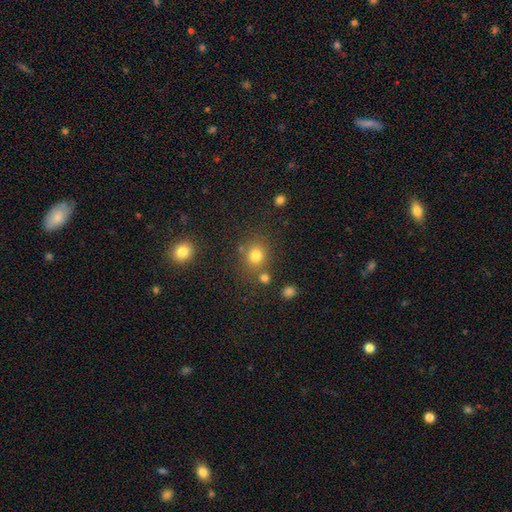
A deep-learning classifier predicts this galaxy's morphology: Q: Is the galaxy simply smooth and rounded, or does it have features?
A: smooth — 78%.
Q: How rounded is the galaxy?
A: round — 83%.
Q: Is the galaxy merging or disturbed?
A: none — 75%.